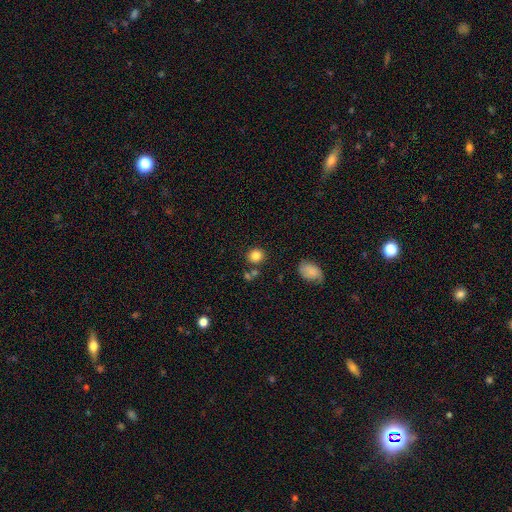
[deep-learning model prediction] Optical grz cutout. It shows a smooth galaxy with no disk features (84%) that is round (83%). Merging: none (78%).